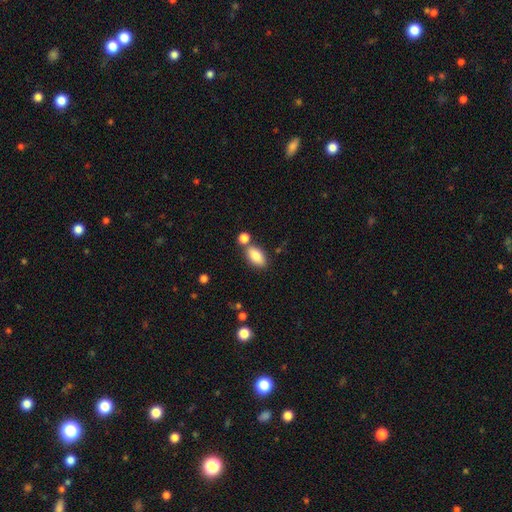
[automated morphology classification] smooth-or-featured: smooth: 85% | featured or disk: 8% | star or artifact: 8%
  how-rounded: in between: 90% | round: 5% | cigar-shaped: 5%
  merging: none: 65% | merger: 19% | minor disturbance: 12% | major disturbance: 3%